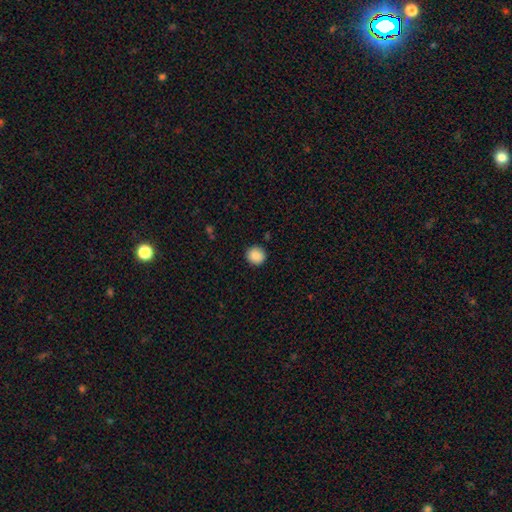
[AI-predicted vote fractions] A smooth galaxy with no disk features (89%) that is round (94%).

Vote fractions:
- Smooth or featured? smooth: 89% / star or artifact: 8% / featured or disk: 3%
- How rounded? round: 94% / in between: 5% / cigar-shaped: 1%
- Merging? none: 92% / minor disturbance: 6% / major disturbance: 2% / merger: 1%